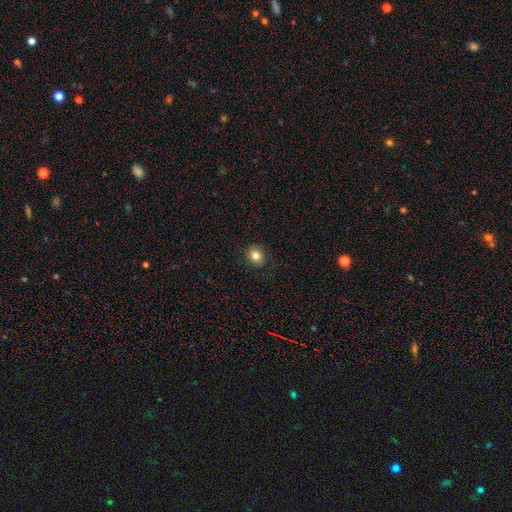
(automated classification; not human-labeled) Smooth or featured? smooth (82%)
How rounded? round (78%)
Merging? none (89%)